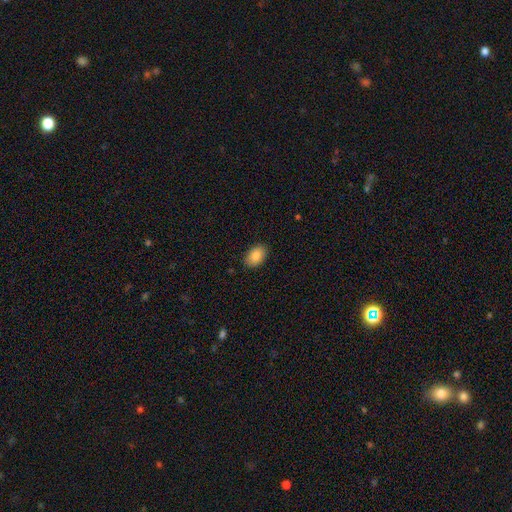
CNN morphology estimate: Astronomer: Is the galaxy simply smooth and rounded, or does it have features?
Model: smooth — 87%.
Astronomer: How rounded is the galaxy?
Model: in between — 86%.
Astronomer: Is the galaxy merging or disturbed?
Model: none — 87%.